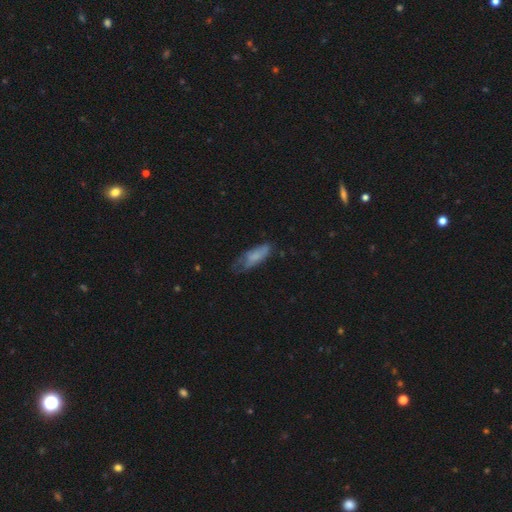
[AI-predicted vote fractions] This appears to be a smooth galaxy with no disk features (66%) that is in between round and cigar-shaped (65%). Merging: none (37%, tied with minor disturbance).